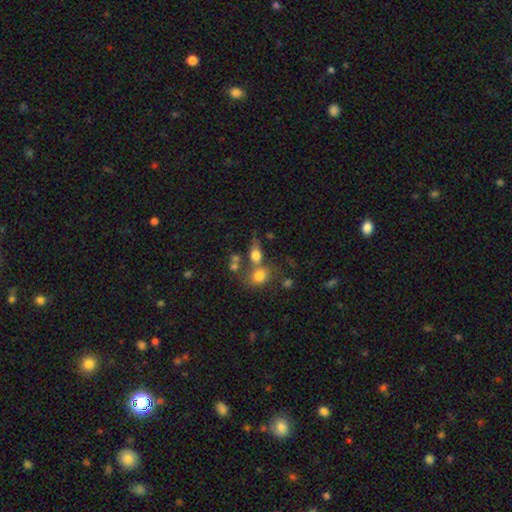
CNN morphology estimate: Q: Smooth or featured?
A: smooth (71%); runner-up: featured or disk (16%)
Q: How rounded?
A: in between (53%); runner-up: round (43%)
Q: Merging?
A: merger (41%); runner-up: none (38%)